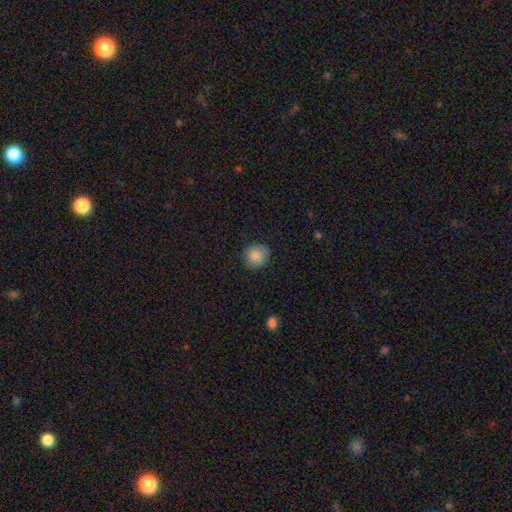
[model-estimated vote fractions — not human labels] Overall: smooth (87%). How rounded: round (87%). Merging: none (85%).